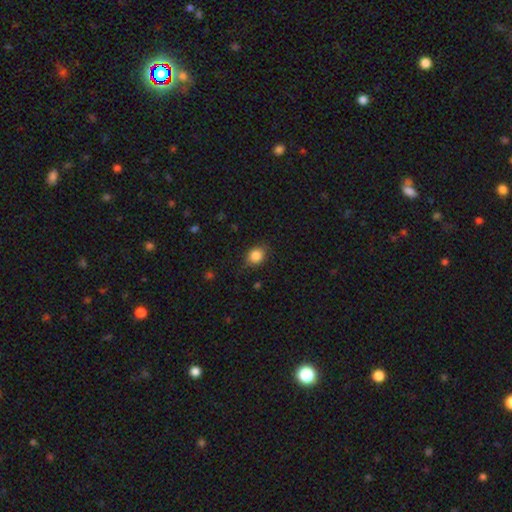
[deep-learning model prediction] This appears to be a smooth galaxy with no disk features (85%) that is round (55%). Merging: none (81%).